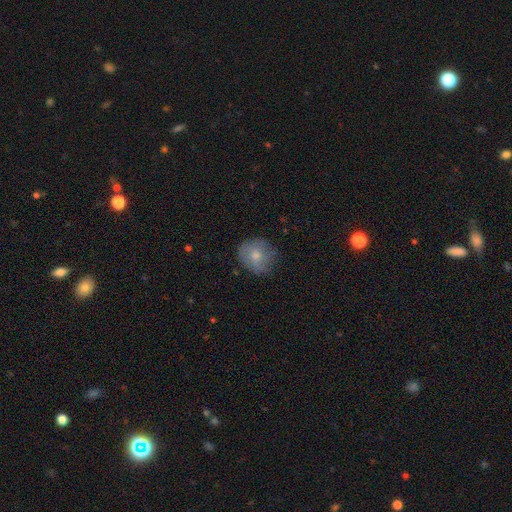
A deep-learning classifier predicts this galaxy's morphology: Smooth or featured? smooth (72%)
How rounded? round (81%)
Merging? none (71%)